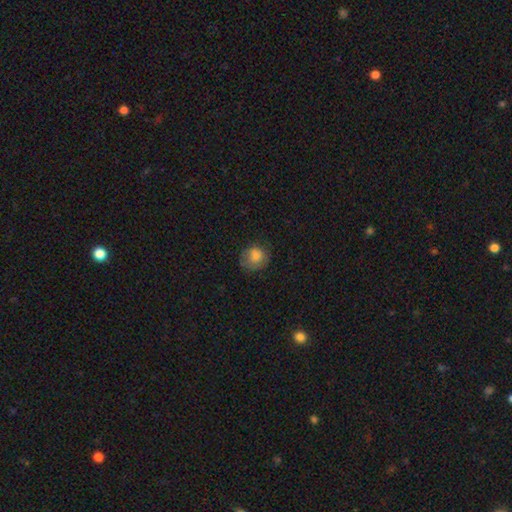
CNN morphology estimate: smooth 77%, featured or disk 13%, star or artifact 10%. Down the decision tree: how rounded — round (76%); merging — none (64%).